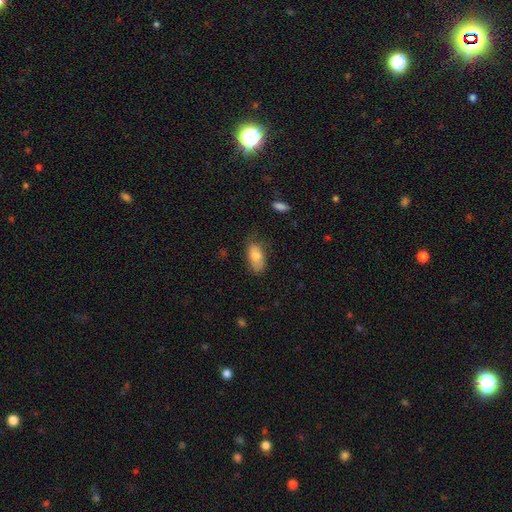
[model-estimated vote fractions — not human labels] Q: Smooth or featured?
A: smooth (81%); runner-up: featured or disk (12%)
Q: How rounded?
A: in between (90%); runner-up: cigar-shaped (7%)
Q: Merging?
A: none (56%); runner-up: minor disturbance (30%)